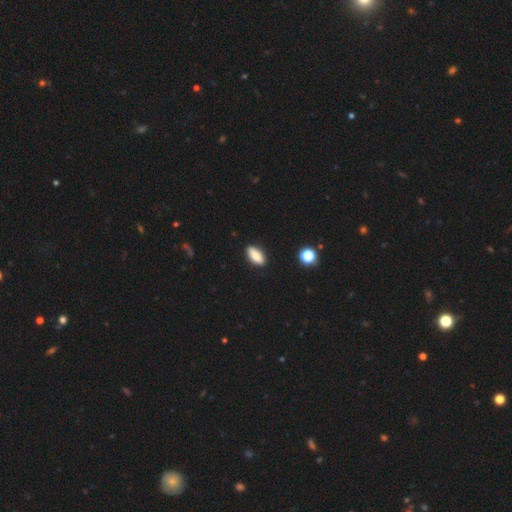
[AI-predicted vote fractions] A smooth galaxy with no disk features (85%) that is in between round and cigar-shaped (81%). Merging: none (87%).